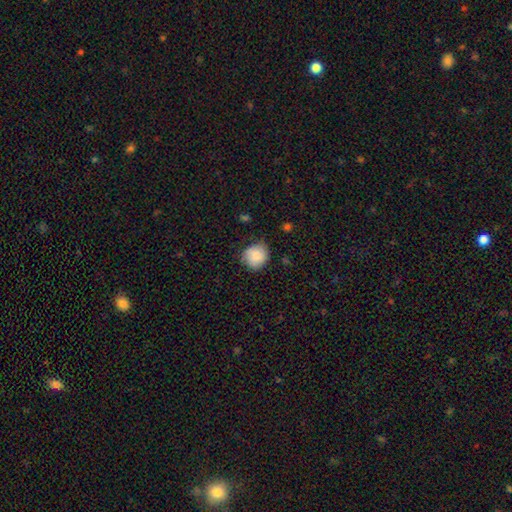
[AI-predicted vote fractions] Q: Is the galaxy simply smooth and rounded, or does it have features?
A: smooth — 84%.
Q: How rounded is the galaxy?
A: round — 79%.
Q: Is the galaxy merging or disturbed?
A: none — 72%.